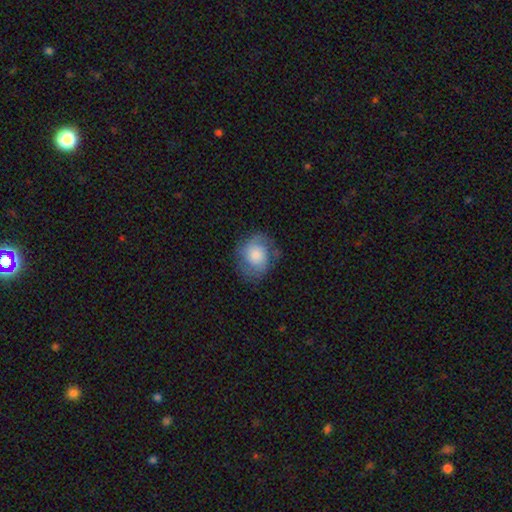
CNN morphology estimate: type=featured or disk (47%); merging=none (68%).